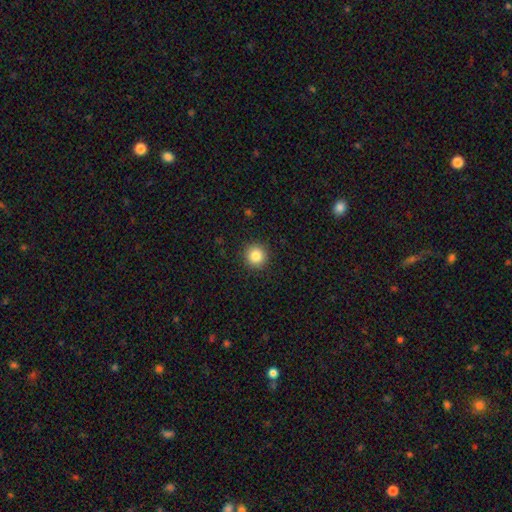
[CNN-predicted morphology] The model was most divided on "smooth or featured": smooth: 85%, star or artifact: 10%, featured or disk: 5%. More confident: how rounded — round (95%); merging — none (92%).